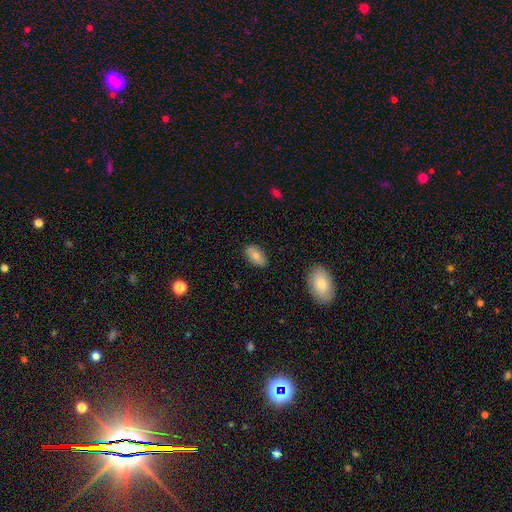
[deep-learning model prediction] Smooth or featured? Predicted: smooth (p=0.77). How rounded? Predicted: in between (p=0.91). Merging? Predicted: none (p=0.85).